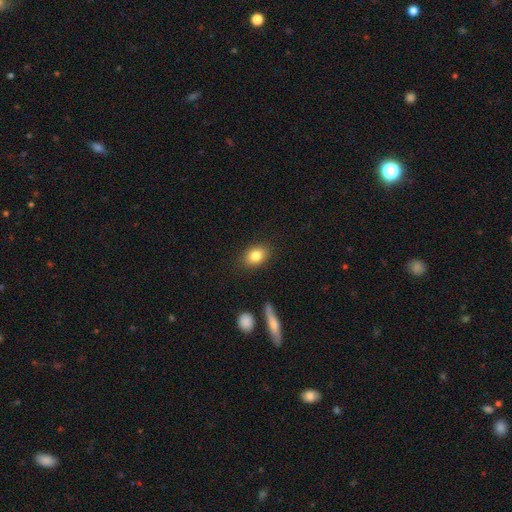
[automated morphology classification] Overall: smooth (83%). How rounded: in between (70%). Merging: none (85%).